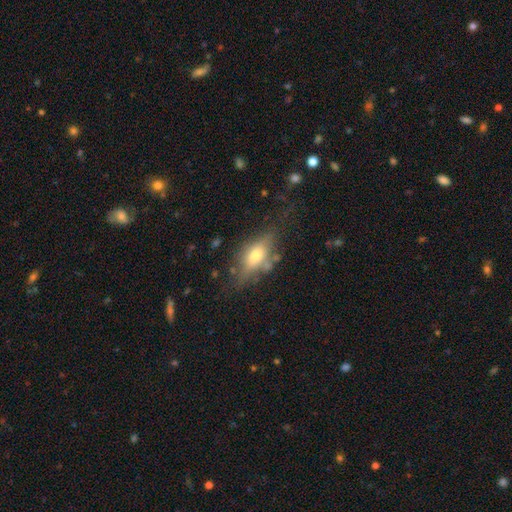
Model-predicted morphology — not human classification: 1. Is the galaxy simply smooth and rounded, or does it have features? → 52% smooth, 38% featured or disk, 10% star or artifact.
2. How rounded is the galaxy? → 75% in between, 17% cigar-shaped, 9% round.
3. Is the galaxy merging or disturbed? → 60% none, 23% minor disturbance, 12% major disturbance, 5% merger.